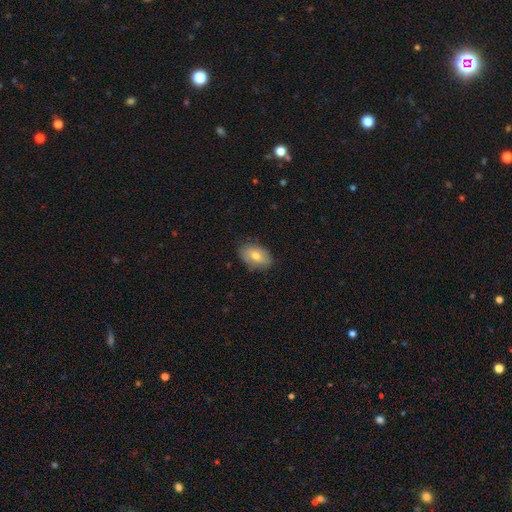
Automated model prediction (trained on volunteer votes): This appears to be a smooth galaxy with no disk features (74%) that is in between round and cigar-shaped (90%). Merging: none (83%).